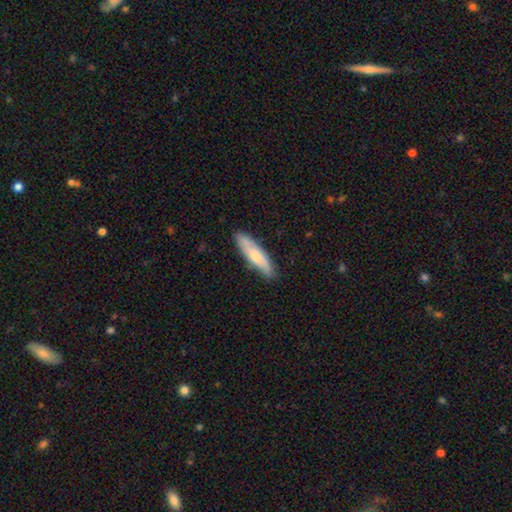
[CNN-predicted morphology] A smooth galaxy with no disk features (67%) that is cigar-shaped (73%). Merging: none (82%).